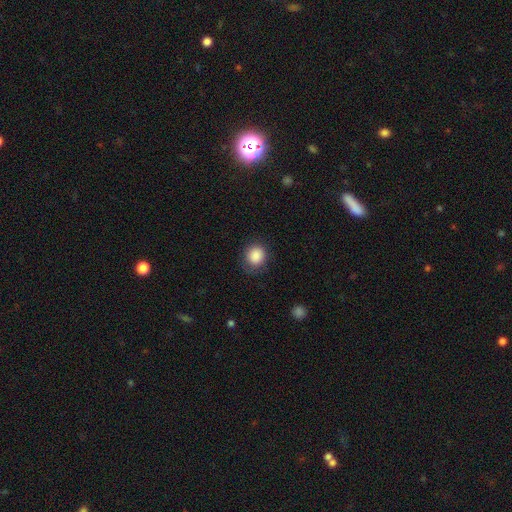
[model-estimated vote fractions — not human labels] A smooth galaxy with no disk features (87%) that is round (83%). Merging: none (80%).